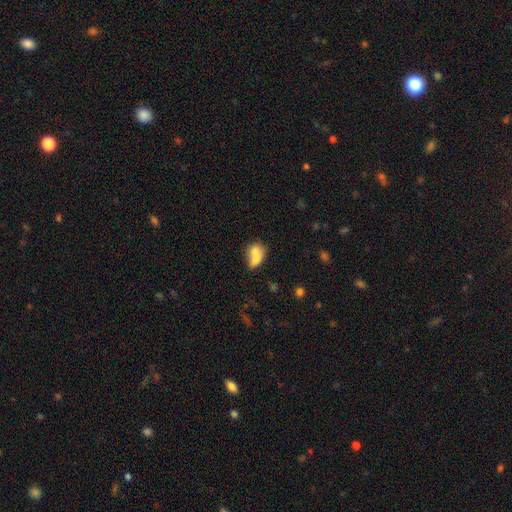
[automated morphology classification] This is likely a smooth galaxy (69%). How rounded: likely in between (64%). Merging: likely merger (68%).